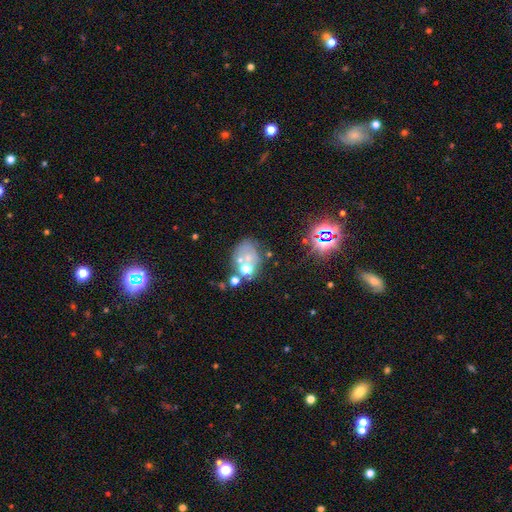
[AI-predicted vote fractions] Smooth or featured?
  - smooth: 37% *
  - featured or disk: 32%
  - star or artifact: 31%
Merging?
  - none: 45% *
  - merger: 24%
  - minor disturbance: 17%
  - major disturbance: 14%